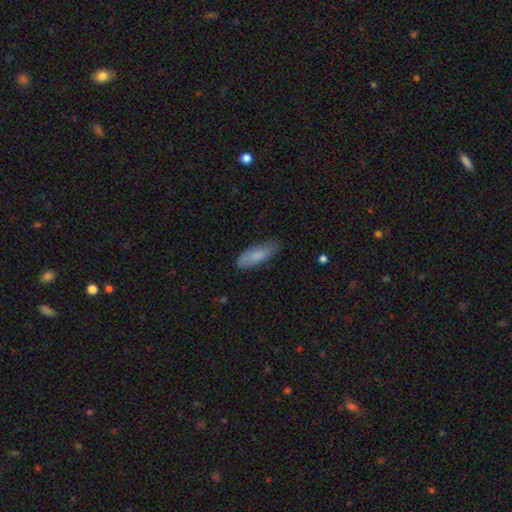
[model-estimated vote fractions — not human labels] Smooth or featured: smooth — 83% (featured or disk — 12%)
How rounded: in between — 58% (cigar-shaped — 40%)
Merging: none — 75% (minor disturbance — 21%)